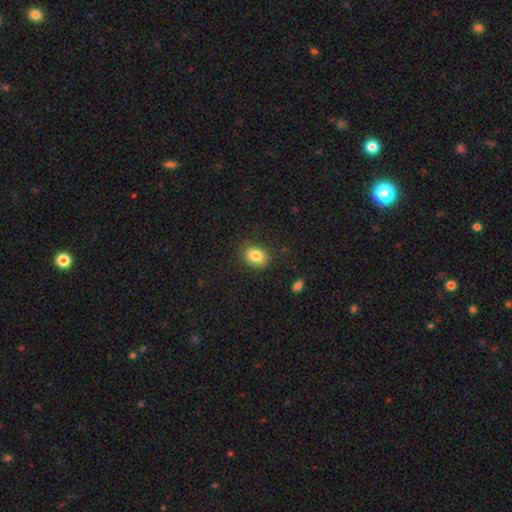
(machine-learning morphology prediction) smooth 83%, star or artifact 9%, featured or disk 8%. Down the decision tree: how rounded — in between (58%); merging — none (83%).